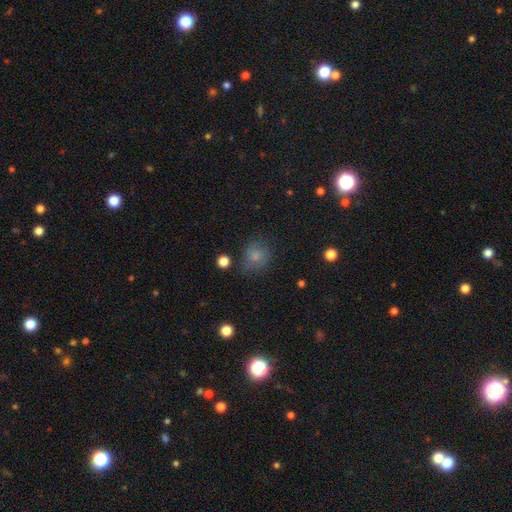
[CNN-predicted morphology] Smooth or featured? smooth (76%)
How rounded? round (75%)
Merging? none (67%)